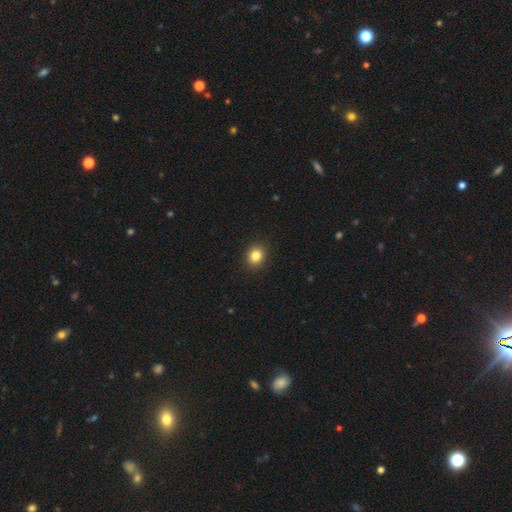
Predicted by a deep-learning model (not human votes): A smooth galaxy with no disk features (84%) that is round (69%).

Vote fractions:
- Smooth or featured? smooth: 84% / star or artifact: 11% / featured or disk: 5%
- How rounded? round: 69% / in between: 31% / cigar-shaped: 1%
- Merging? none: 91% / minor disturbance: 6% / major disturbance: 2% / merger: 1%